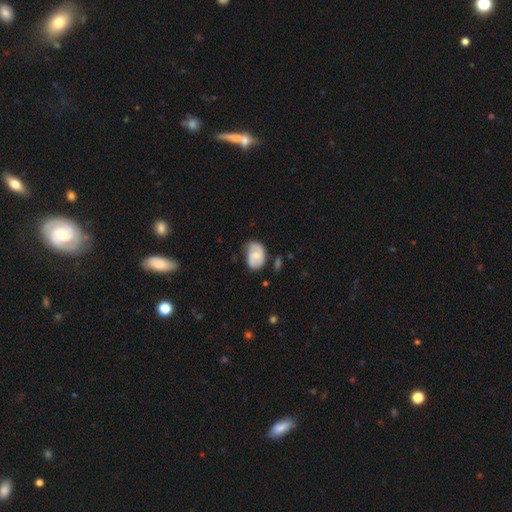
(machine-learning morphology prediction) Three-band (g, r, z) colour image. It shows a smooth galaxy with no disk features (52%) that is in between round and cigar-shaped (80%). Merging: none (51%).